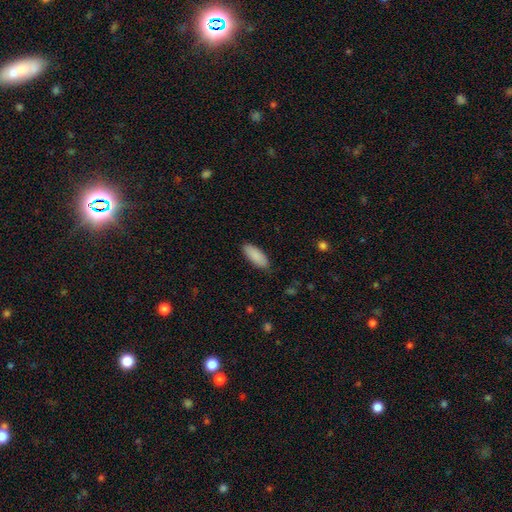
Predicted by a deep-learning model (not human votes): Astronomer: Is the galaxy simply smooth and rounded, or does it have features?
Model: smooth — 90%.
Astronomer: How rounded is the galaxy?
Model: in between — 78%.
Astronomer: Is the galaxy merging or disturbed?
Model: none — 86%.